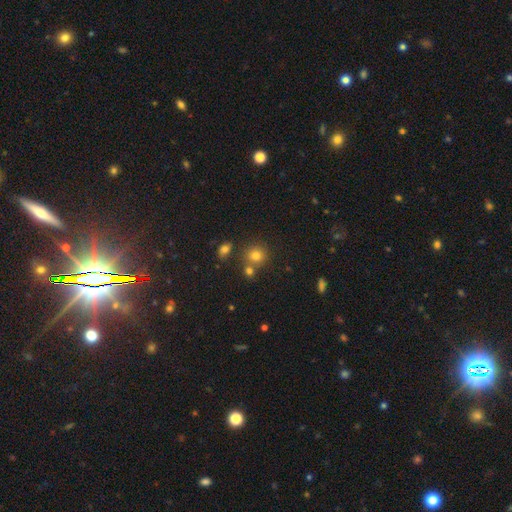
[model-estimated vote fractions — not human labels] Overall: smooth (77%). How rounded: round (85%). Merging: none (68%).